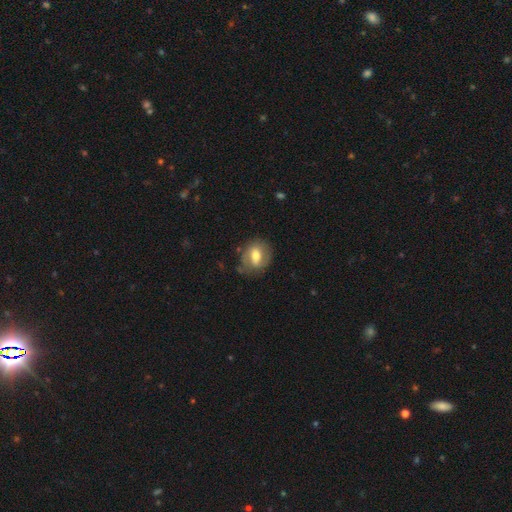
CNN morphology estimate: The model was most divided on "how rounded": in between: 53%, round: 45%, cigar-shaped: 2%. More confident: merging — none (66%); smooth or featured — smooth (52%).